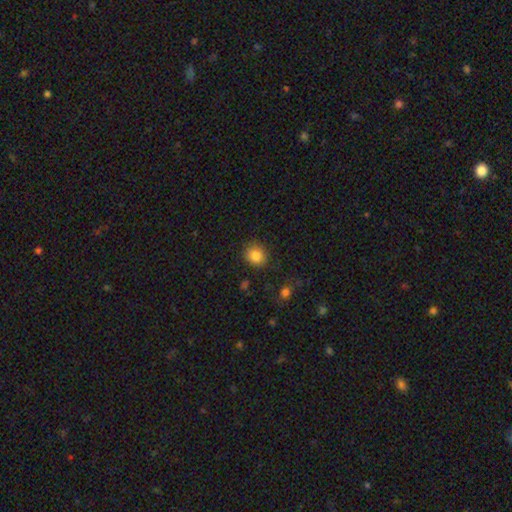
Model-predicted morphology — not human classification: A smooth galaxy with no disk features (84%) that is round (77%). Merging: none (85%).